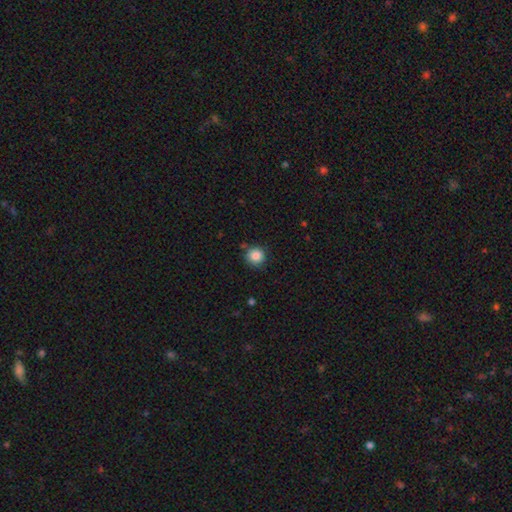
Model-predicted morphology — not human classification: smooth 85%, star or artifact 10%, featured or disk 5%. Down the decision tree: how rounded — round (94%); merging — none (84%).